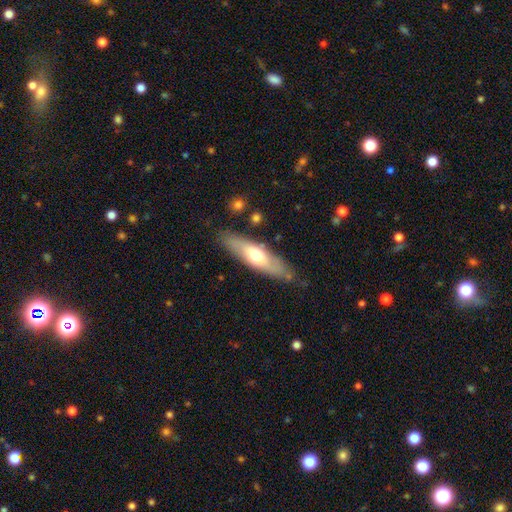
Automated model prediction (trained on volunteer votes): Smooth or featured? smooth (53%)
How rounded? cigar-shaped (59%)
Merging? none (80%)